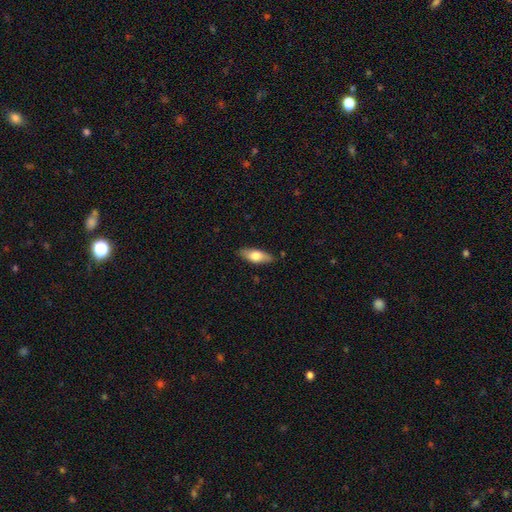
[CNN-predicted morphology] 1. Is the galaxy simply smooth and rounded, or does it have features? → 71% smooth, 23% featured or disk, 6% star or artifact.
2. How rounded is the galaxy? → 73% in between, 25% cigar-shaped, 3% round.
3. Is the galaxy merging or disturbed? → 84% none, 12% minor disturbance, 2% major disturbance, 1% merger.